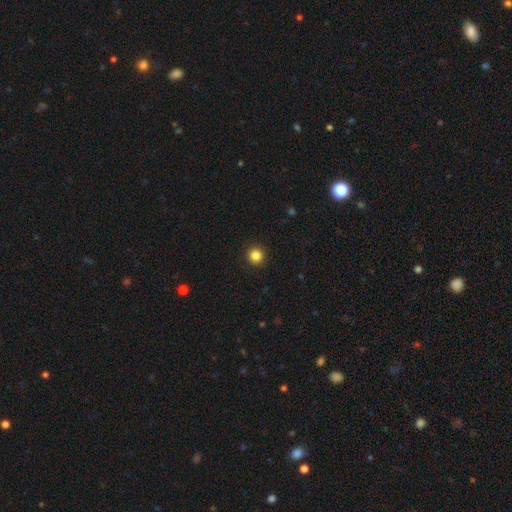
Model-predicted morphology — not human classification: smooth-or-featured: smooth: 85% | star or artifact: 11% | featured or disk: 4%
  how-rounded: round: 95% | in between: 4% | cigar-shaped: 1%
  merging: none: 93% | minor disturbance: 4% | major disturbance: 2% | merger: 1%